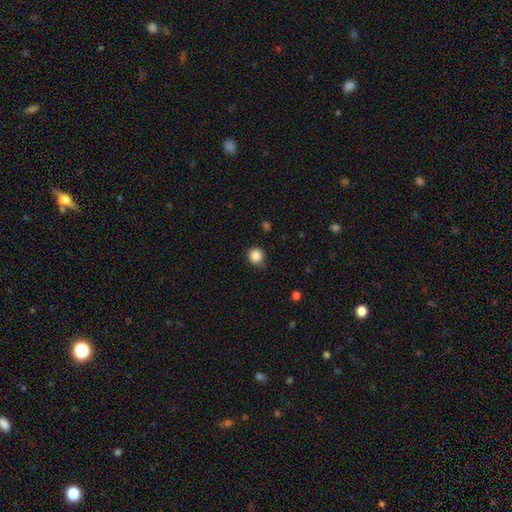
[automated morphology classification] smooth-or-featured: smooth: 86% | star or artifact: 10% | featured or disk: 4%
  how-rounded: round: 91% | in between: 8% | cigar-shaped: 1%
  merging: none: 76% | minor disturbance: 19% | major disturbance: 4% | merger: 1%